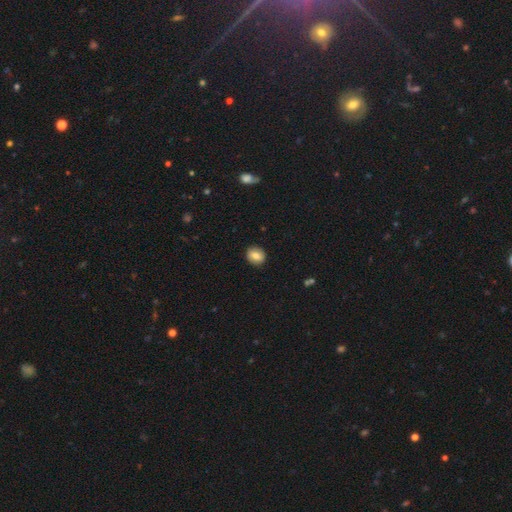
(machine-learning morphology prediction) The model was most divided on "how rounded": round: 68%, in between: 31%, cigar-shaped: 1%. More confident: merging — none (89%); smooth or featured — smooth (75%).